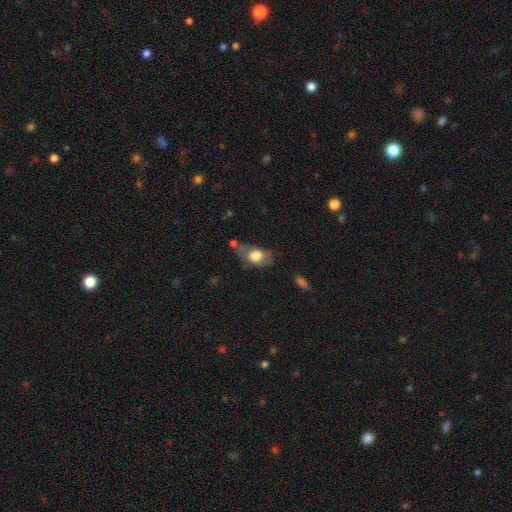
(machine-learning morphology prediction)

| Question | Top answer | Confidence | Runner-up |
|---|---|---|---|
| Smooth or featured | smooth | 69% | featured or disk (24%) |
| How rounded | in between | 81% | round (15%) |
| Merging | none | 43% | minor disturbance (31%) |